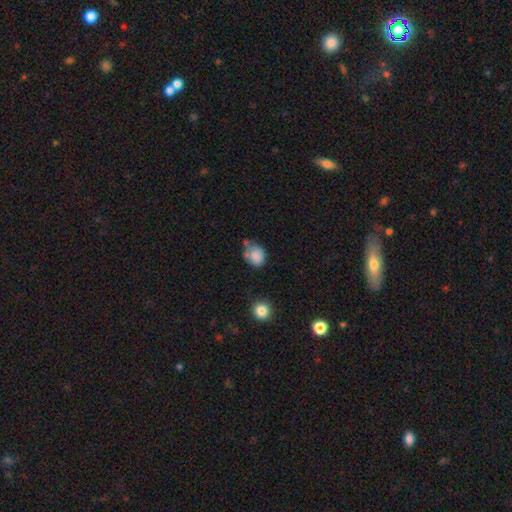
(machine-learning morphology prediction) Smooth or featured? smooth (79%)
How rounded? in between (51%)
Merging? none (43%)